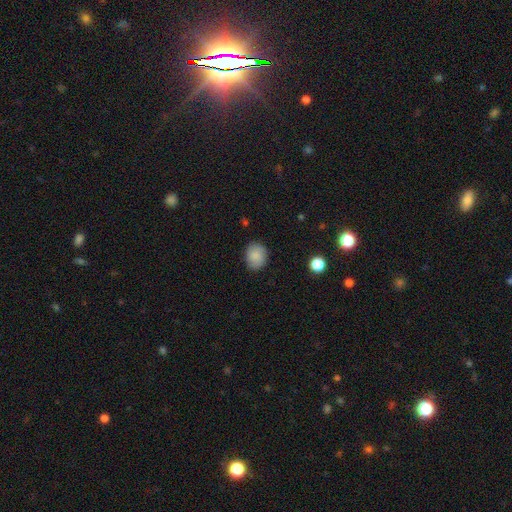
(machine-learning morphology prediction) This is clearly a smooth galaxy (84%). How rounded: possibly round (56%). Merging: clearly none (82%).